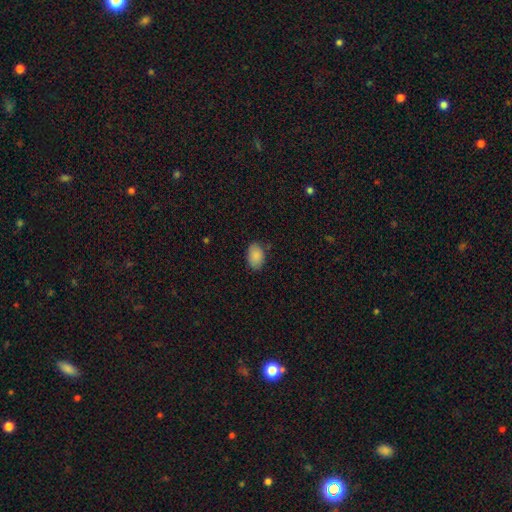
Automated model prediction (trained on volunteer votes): Q: Smooth or featured?
A: smooth (87%); runner-up: star or artifact (8%)
Q: How rounded?
A: in between (85%); runner-up: round (14%)
Q: Merging?
A: none (78%); runner-up: minor disturbance (17%)